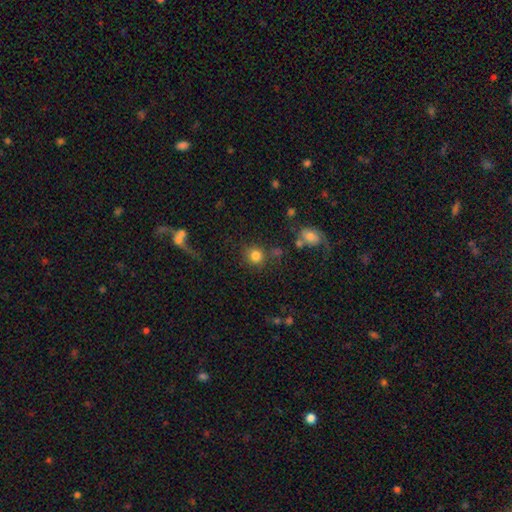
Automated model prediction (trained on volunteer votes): The model was most divided on "merging": none: 76%, minor disturbance: 10%, merger: 8%, major disturbance: 6%. More confident: how rounded — round (89%); smooth or featured — smooth (82%).